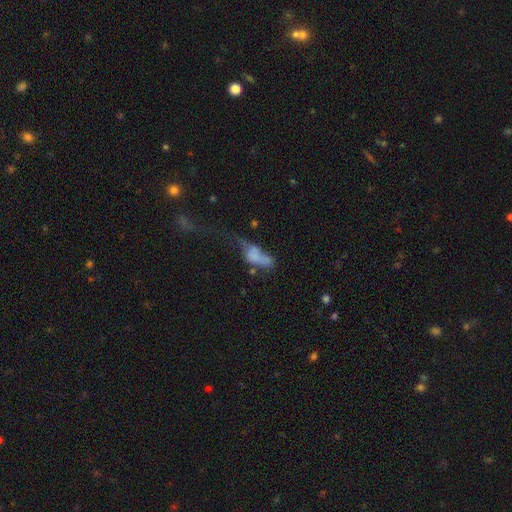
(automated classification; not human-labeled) smooth 57%, featured or disk 30%, star or artifact 13%. Down the decision tree: how rounded — in between (77%); merging — major disturbance (43%).